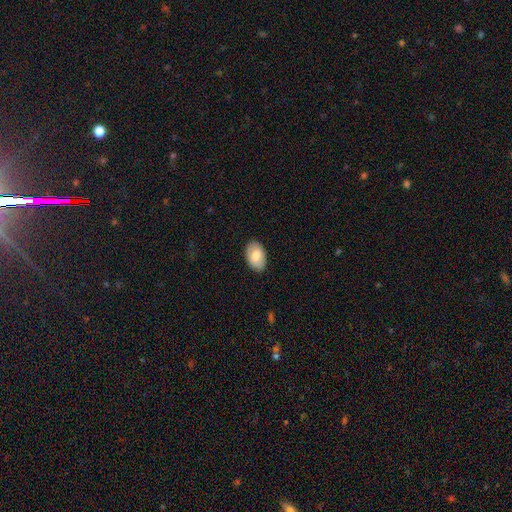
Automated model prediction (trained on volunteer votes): Morphology: type=smooth (77%); roundness=in between (90%); merging=none (88%).